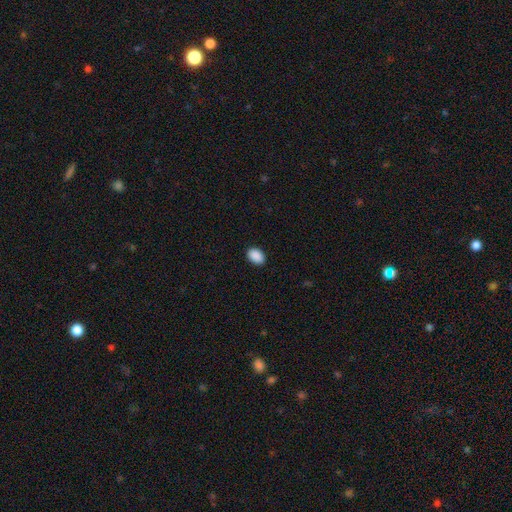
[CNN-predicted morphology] Smooth or featured: smooth — 91% (star or artifact — 7%)
How rounded: in between — 84% (round — 15%)
Merging: none — 90% (minor disturbance — 8%)